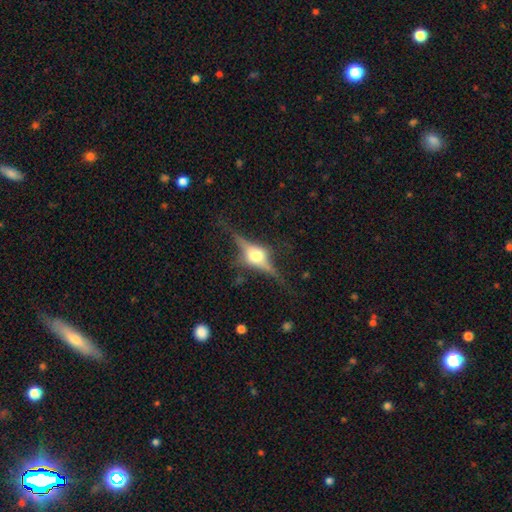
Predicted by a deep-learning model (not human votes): This appears to be a featured or disk galaxy (82%) viewed edge-on (95%) with a rounded central bulge (94%). Merging: none (80%).